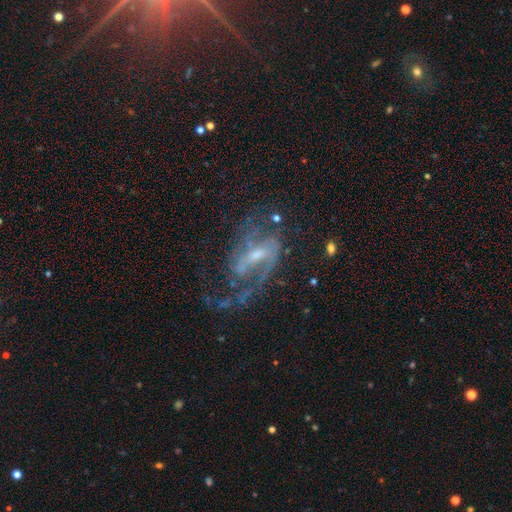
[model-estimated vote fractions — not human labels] Smooth or featured? Predicted: featured or disk (p=0.86). Edge-on disk? Predicted: no (p=0.96). Bar? Predicted: weak (p=0.48). Spiral arms? Predicted: yes (p=0.93). Spiral winding? Predicted: medium (p=0.47). Spiral arm count? Predicted: 2 (p=0.59). Bulge size? Predicted: small (p=0.54). Merging? Predicted: none (p=0.51).